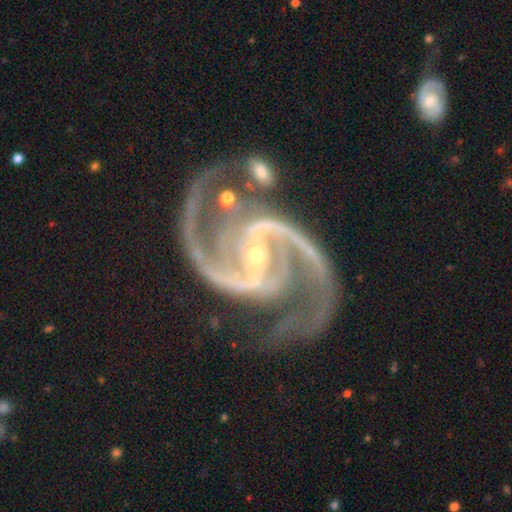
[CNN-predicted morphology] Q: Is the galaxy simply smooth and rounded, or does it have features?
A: featured or disk — 95%.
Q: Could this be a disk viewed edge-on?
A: no — 98%.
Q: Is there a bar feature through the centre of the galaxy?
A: strong — 65%.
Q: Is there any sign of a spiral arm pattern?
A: yes — 99%.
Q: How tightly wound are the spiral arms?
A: medium — 66%.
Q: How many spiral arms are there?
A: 2 — 92%.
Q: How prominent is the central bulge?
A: small — 84%.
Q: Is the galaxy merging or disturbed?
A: none — 65%.